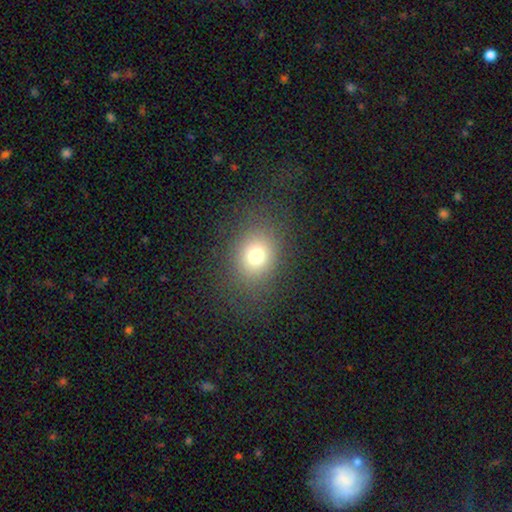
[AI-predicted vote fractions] Q: Smooth or featured?
A: smooth (73%); runner-up: star or artifact (16%)
Q: How rounded?
A: round (61%); runner-up: in between (38%)
Q: Merging?
A: none (82%); runner-up: minor disturbance (9%)